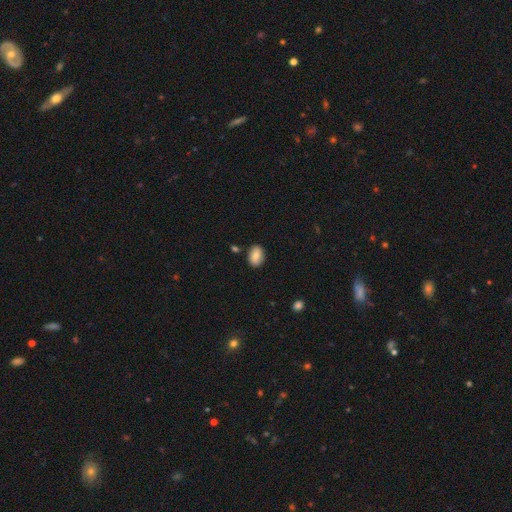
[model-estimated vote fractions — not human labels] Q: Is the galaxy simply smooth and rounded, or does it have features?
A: smooth — 83%.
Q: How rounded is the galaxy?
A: in between — 80%.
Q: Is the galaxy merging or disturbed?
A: none — 85%.